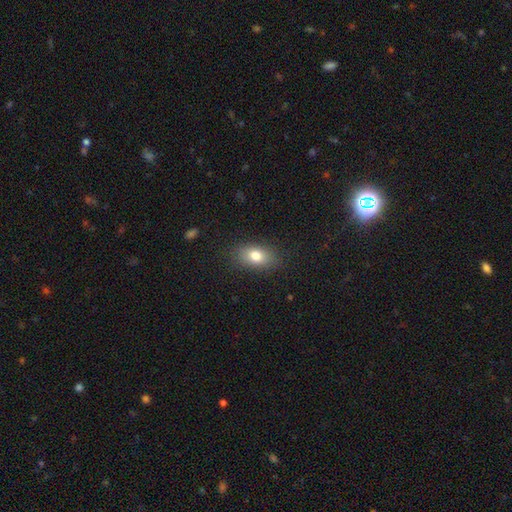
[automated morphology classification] smooth_or_featured: smooth (p=0.79) [alt: featured or disk p=0.11]
how_rounded: in between (p=0.83) [alt: round p=0.14]
merging: none (p=0.83) [alt: minor disturbance p=0.12]